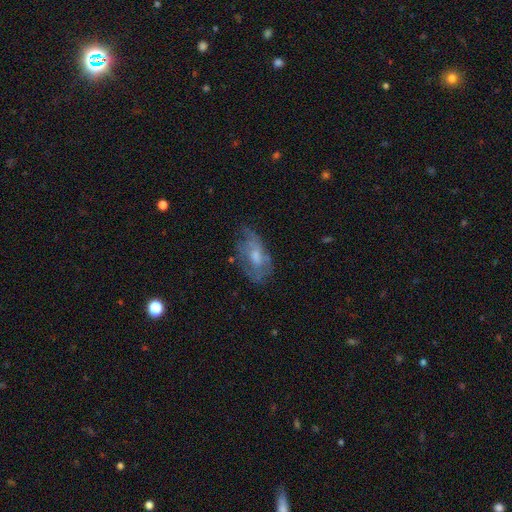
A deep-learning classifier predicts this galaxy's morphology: type=featured or disk (53%); edge-on=no (92%); merging=none (48%).